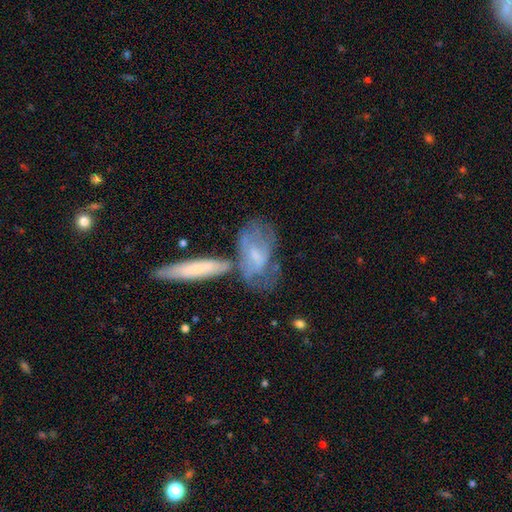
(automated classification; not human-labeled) This appears to be a featured or disk galaxy (56%). Merging: none (41%).